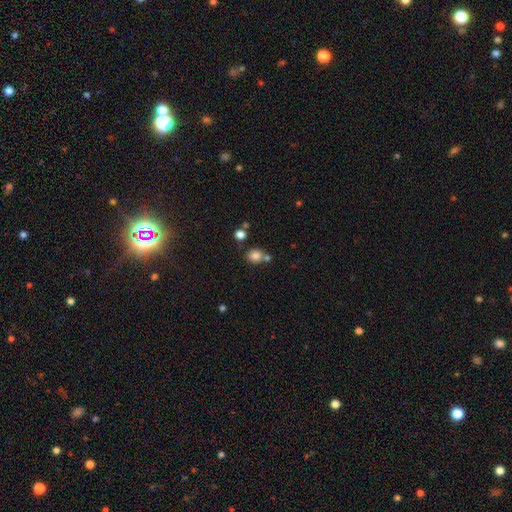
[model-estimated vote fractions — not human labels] Q: Smooth or featured?
A: smooth (81%); runner-up: star or artifact (12%)
Q: How rounded?
A: round (73%); runner-up: in between (26%)
Q: Merging?
A: none (64%); runner-up: merger (21%)